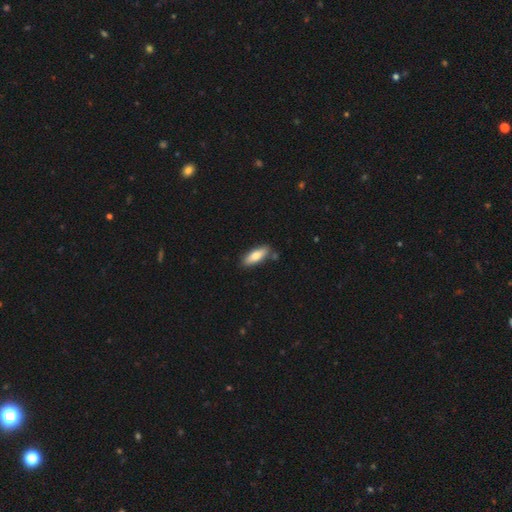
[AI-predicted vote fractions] smooth 76%, featured or disk 18%, star or artifact 6%. Down the decision tree: how rounded — in between (59%); merging — none (81%).